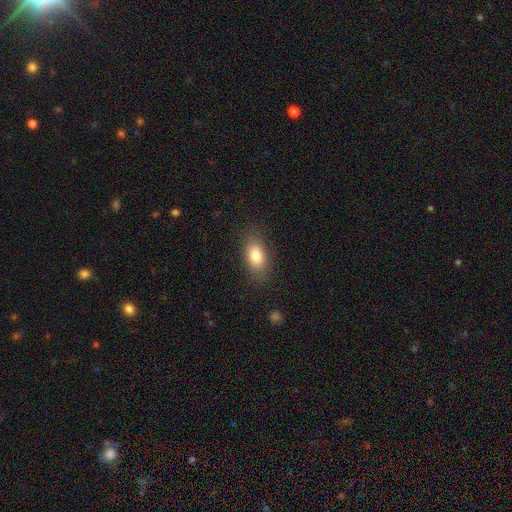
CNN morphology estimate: This appears to be a smooth galaxy with no disk features (81%) that is in between round and cigar-shaped (87%). Merging: none (84%).